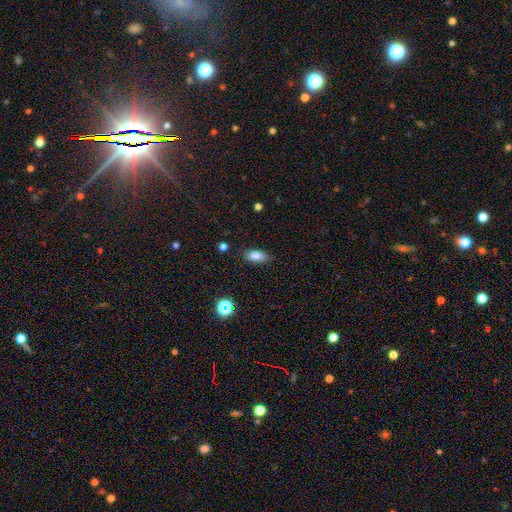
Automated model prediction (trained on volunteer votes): Morphology: type=smooth (82%); roundness=in between (87%); merging=none (85%).